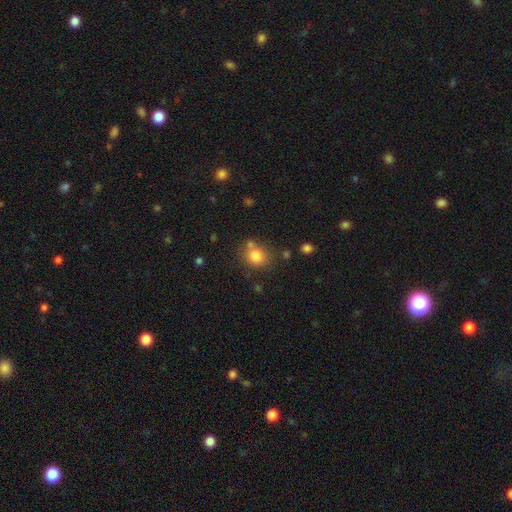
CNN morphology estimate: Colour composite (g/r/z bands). It shows a smooth galaxy with no disk features (81%) that is round (75%). Merging: none (68%).